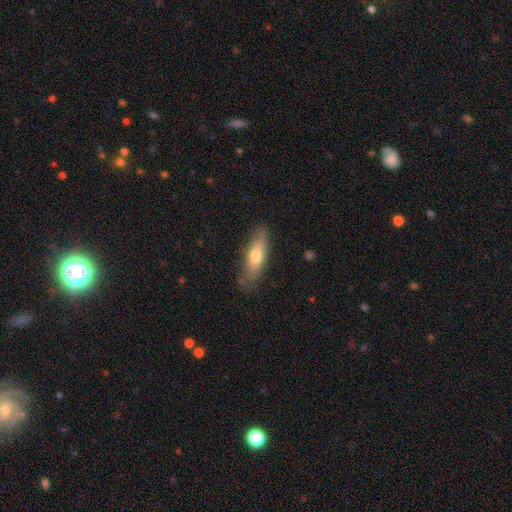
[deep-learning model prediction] Morphology: type=smooth (66%); roundness=cigar-shaped (50%); merging=none (81%).